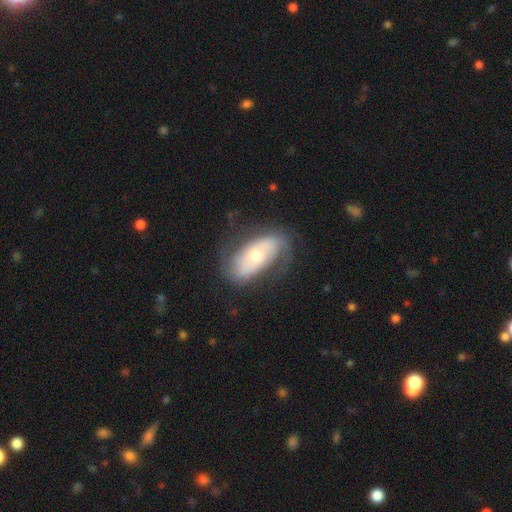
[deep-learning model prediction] Smooth or featured?
  - featured or disk: 65% *
  - smooth: 29%
  - star or artifact: 6%
Edge-on disk?
  - no: 92% *
  - yes: 8%
Bar?
  - no: 56% *
  - weak: 26%
  - strong: 17%
Spiral arms?
  - yes: 80% *
  - no: 20%
Bulge size?
  - moderate: 48% *
  - small: 42%
  - large: 7%
  - dominant: 2%
  - none: 2%
Merging?
  - none: 64% *
  - minor disturbance: 21%
  - major disturbance: 13%
  - merger: 2%